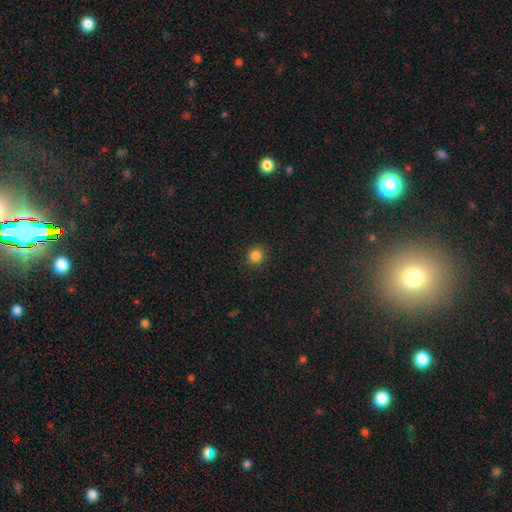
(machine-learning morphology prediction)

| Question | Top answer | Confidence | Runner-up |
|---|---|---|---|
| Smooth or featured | smooth | 84% | star or artifact (12%) |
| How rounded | round | 91% | in between (8%) |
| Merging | none | 91% | minor disturbance (6%) |